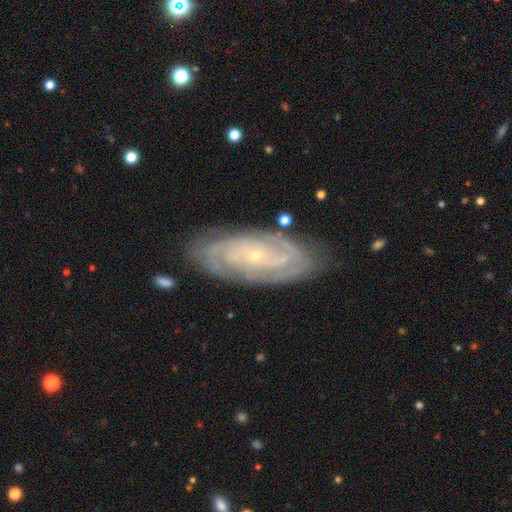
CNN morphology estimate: Q: Smooth or featured?
A: featured or disk (88%); runner-up: smooth (7%)
Q: Edge-on disk?
A: no (94%); runner-up: yes (6%)
Q: Bar?
A: no (76%); runner-up: weak (17%)
Q: Spiral arms?
A: yes (96%); runner-up: no (4%)
Q: Spiral winding?
A: tight (78%); runner-up: medium (19%)
Q: Spiral arm count?
A: 2 (32%); runner-up: can't tell (25%)
Q: Bulge size?
A: small (85%); runner-up: moderate (12%)
Q: Merging?
A: none (81%); runner-up: minor disturbance (14%)